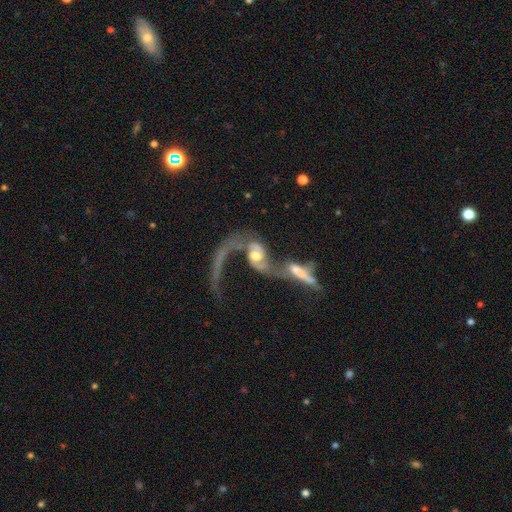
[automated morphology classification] A featured or disk galaxy (76%) with no bar (55%), 2 (67%) loose (83%) spiral arms (83%) and a moderate central bulge (62%).

Vote fractions:
- Smooth or featured? featured or disk: 76% / smooth: 16% / star or artifact: 7%
- Edge-on disk? no: 92% / yes: 8%
- Bar? no: 55% / weak: 32% / strong: 14%
- Spiral arms? yes: 83% / no: 17%
- Spiral winding? loose: 83% / medium: 12% / tight: 4%
- Spiral arm count? 2: 67% / 1: 25% / can't tell: 5% / 3: 1% / 4: 1% / more than 4: 1%
- Bulge size? moderate: 62% / small: 17% / large: 14% / none: 4% / dominant: 2%
- Merging? merger: 71% / major disturbance: 15% / none: 9% / minor disturbance: 5%